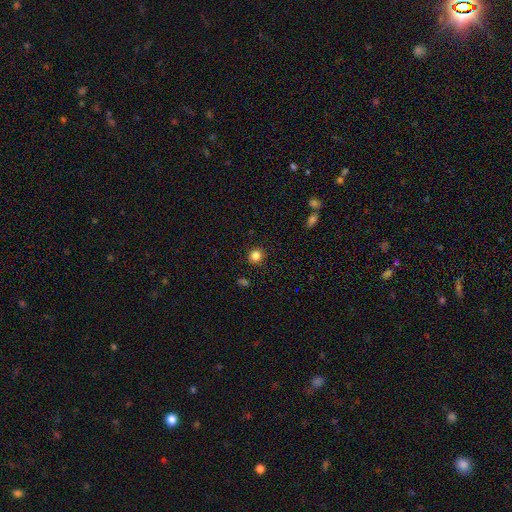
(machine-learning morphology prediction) This is clearly a smooth galaxy (84%). How rounded: clearly round (90%). Merging: clearly none (91%).